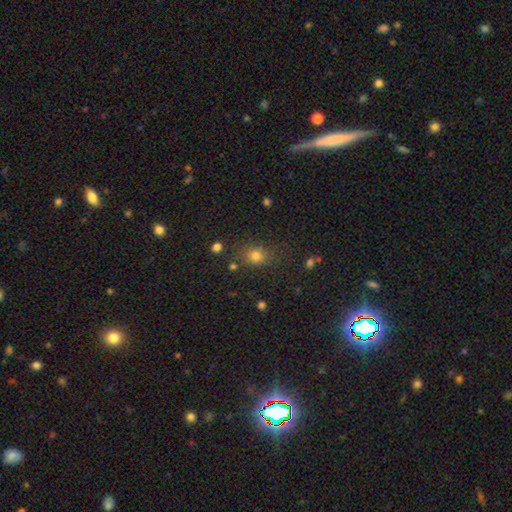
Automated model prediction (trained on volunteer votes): Smooth or featured? smooth (74%)
How rounded? round (61%)
Merging? none (74%)